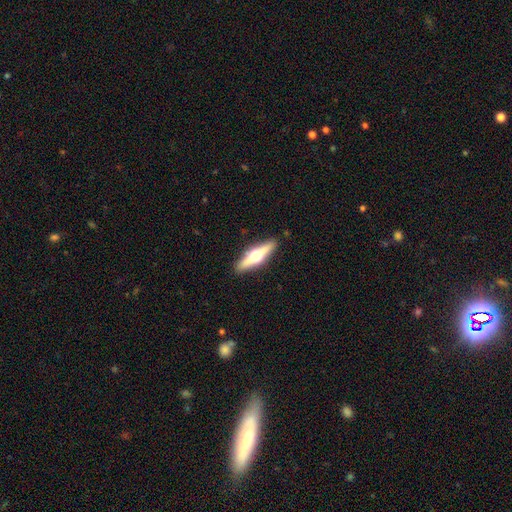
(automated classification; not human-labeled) Smooth or featured?
  - featured or disk: 65% *
  - smooth: 29%
  - star or artifact: 5%
Edge-on disk?
  - yes: 96% *
  - no: 4%
Edge-on bulge?
  - rounded: 96% *
  - boxy: 2%
  - none: 2%
Merging?
  - none: 90% *
  - minor disturbance: 7%
  - major disturbance: 2%
  - merger: 1%